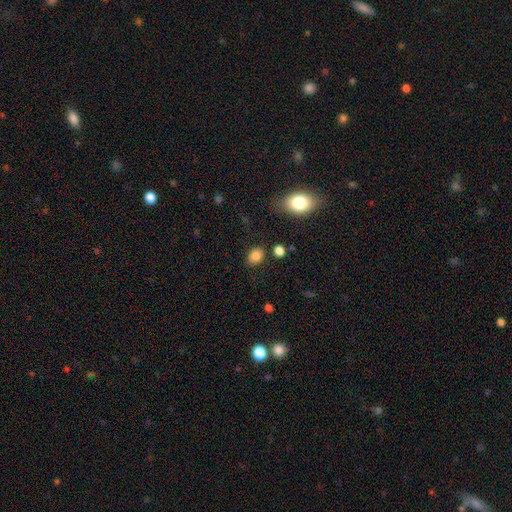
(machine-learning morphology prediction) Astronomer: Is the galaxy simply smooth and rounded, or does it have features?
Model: smooth — 84%.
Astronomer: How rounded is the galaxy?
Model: in between — 69%.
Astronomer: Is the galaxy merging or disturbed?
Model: none — 82%.